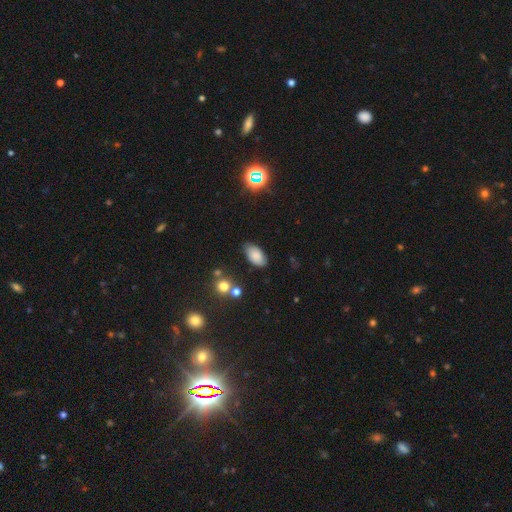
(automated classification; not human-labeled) This is likely a smooth galaxy (80%). How rounded: clearly in between (94%). Merging: likely none (77%).